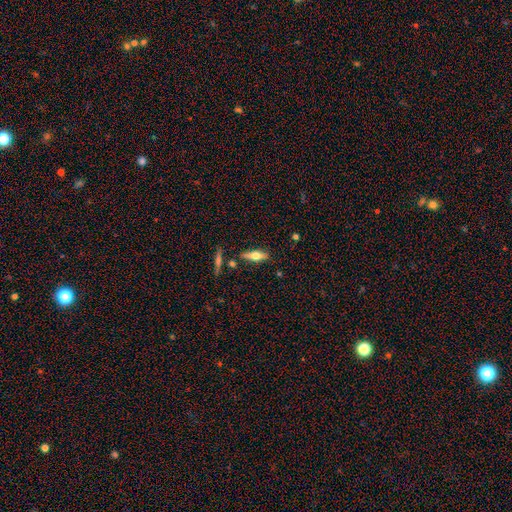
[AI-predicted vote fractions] Smooth or featured? featured or disk (48%)
Merging? none (80%)